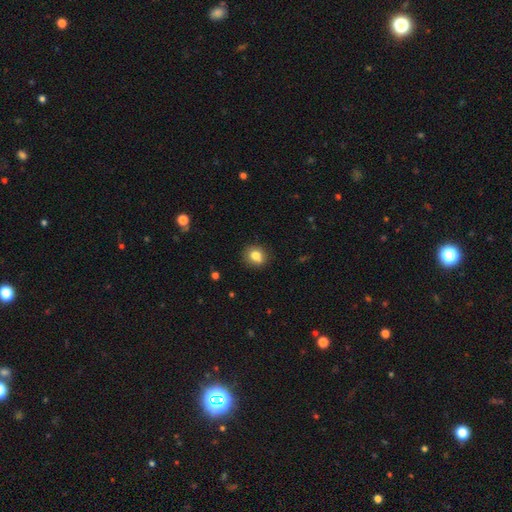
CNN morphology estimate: Overall: smooth (80%). How rounded: round (69%; in between 30%). Merging: none (81%).